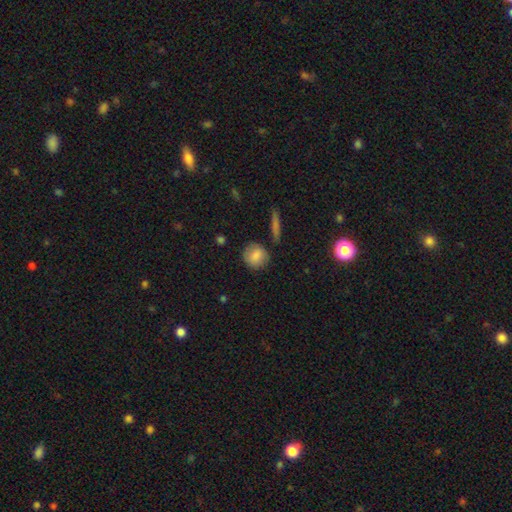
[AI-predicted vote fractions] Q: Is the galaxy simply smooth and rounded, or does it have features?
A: smooth — 81%.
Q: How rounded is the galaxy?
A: round — 84%.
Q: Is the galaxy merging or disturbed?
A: none — 79%.